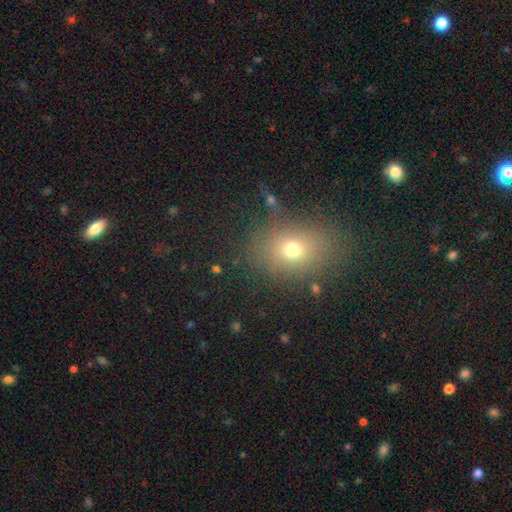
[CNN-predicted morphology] Smooth or featured: smooth — 67% (star or artifact — 21%)
How rounded: in between — 64% (round — 35%)
Merging: none — 84% (minor disturbance — 10%)